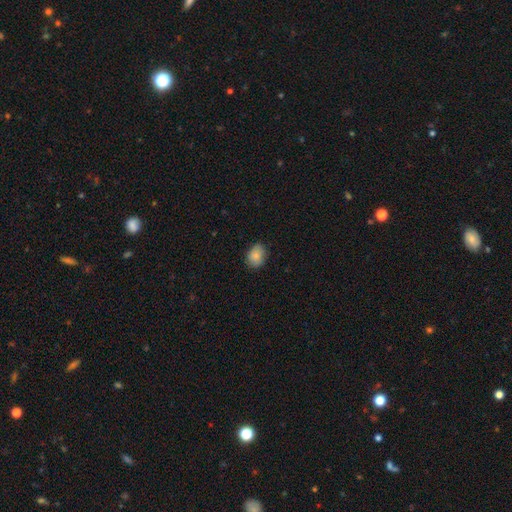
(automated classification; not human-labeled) smooth-or-featured: smooth: 86% | star or artifact: 8% | featured or disk: 6%
  how-rounded: in between: 59% | round: 40% | cigar-shaped: 1%
  merging: none: 80% | minor disturbance: 17% | major disturbance: 3% | merger: 1%